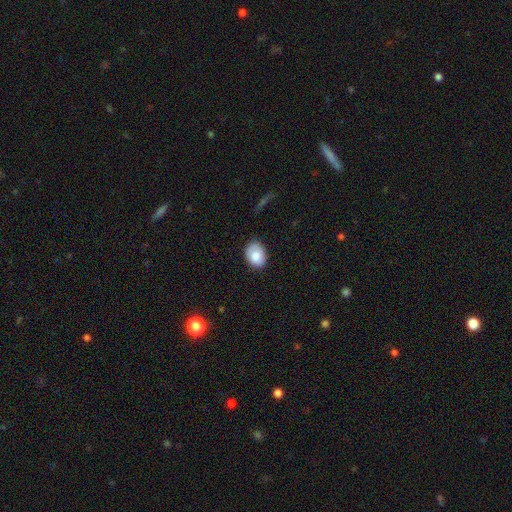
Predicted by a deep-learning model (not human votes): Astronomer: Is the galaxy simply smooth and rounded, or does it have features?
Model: smooth — 83%.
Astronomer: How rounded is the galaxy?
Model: in between — 73%.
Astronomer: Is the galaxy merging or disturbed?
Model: none — 78%.